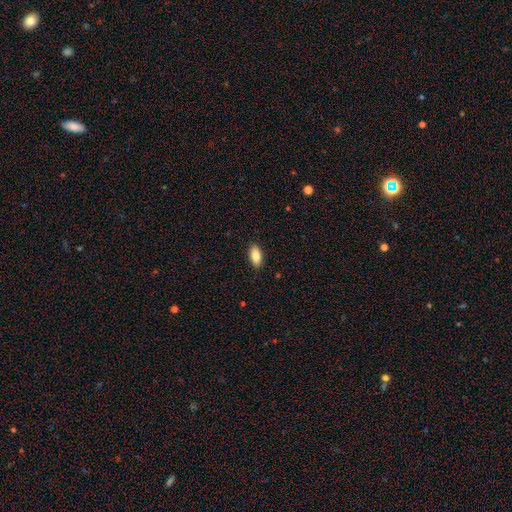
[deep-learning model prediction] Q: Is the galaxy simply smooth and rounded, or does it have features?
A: smooth — 83%.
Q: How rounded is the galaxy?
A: in between — 88%.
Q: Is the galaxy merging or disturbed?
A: none — 89%.